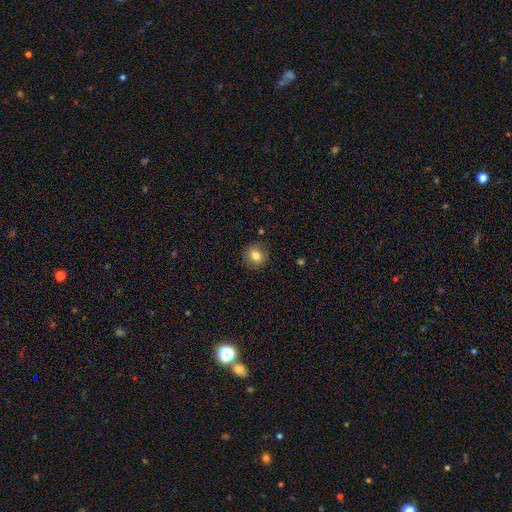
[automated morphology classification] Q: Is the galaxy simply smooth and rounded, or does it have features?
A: smooth — 81%.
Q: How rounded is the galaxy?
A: round — 90%.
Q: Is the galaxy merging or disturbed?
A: none — 89%.